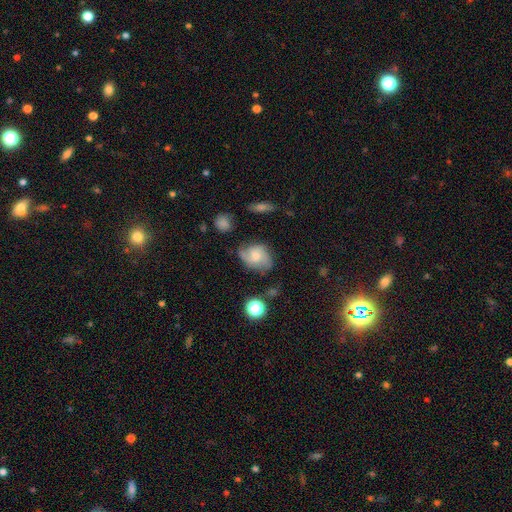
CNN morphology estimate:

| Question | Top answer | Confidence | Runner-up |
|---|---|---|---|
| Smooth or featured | featured or disk | 53% | smooth (38%) |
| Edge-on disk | no | 96% | yes (4%) |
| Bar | no | 68% | weak (29%) |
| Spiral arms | yes | 87% | no (13%) |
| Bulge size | moderate | 44% | small (38%) |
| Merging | none | 57% | minor disturbance (27%) |